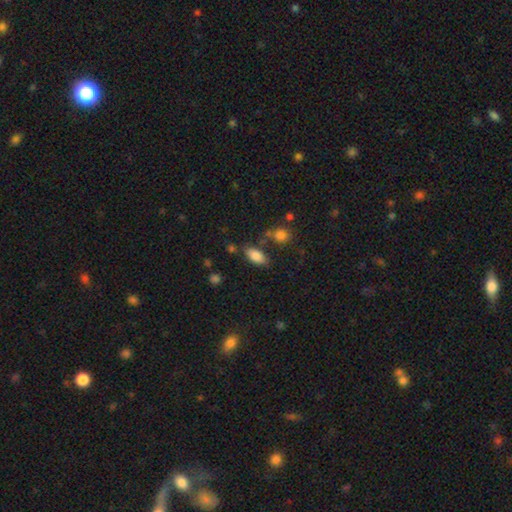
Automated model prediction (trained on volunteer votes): The model was most divided on "merging": none: 73%, minor disturbance: 16%, merger: 7%, major disturbance: 4%. More confident: how rounded — in between (90%); smooth or featured — smooth (83%).